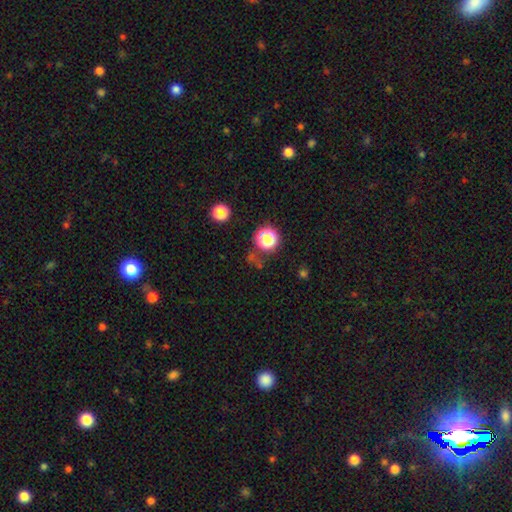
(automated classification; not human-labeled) Overall: star or artifact (56%; smooth 35%).